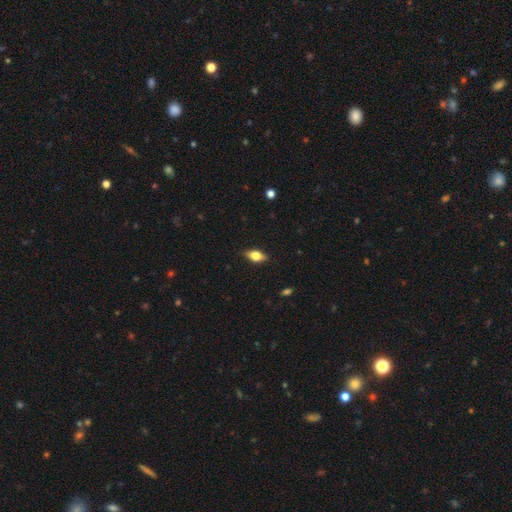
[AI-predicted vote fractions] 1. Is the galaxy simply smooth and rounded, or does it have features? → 65% smooth, 27% featured or disk, 8% star or artifact.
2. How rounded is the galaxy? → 83% in between, 10% cigar-shaped, 6% round.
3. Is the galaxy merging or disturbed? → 86% none, 11% minor disturbance, 2% major disturbance, 1% merger.